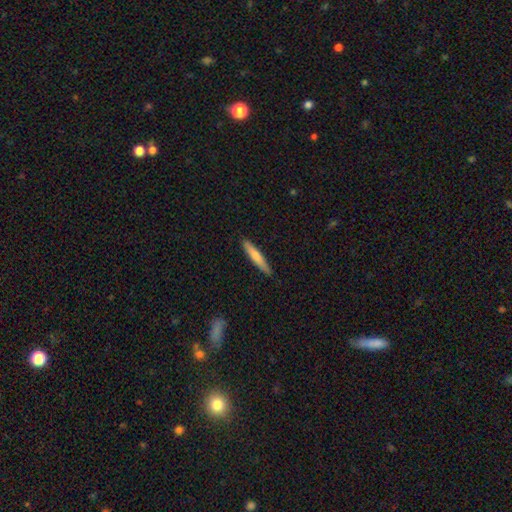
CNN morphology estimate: The model was most divided on "smooth or featured": smooth: 67%, featured or disk: 28%, star or artifact: 5%. More confident: how rounded — cigar-shaped (91%); merging — none (89%).